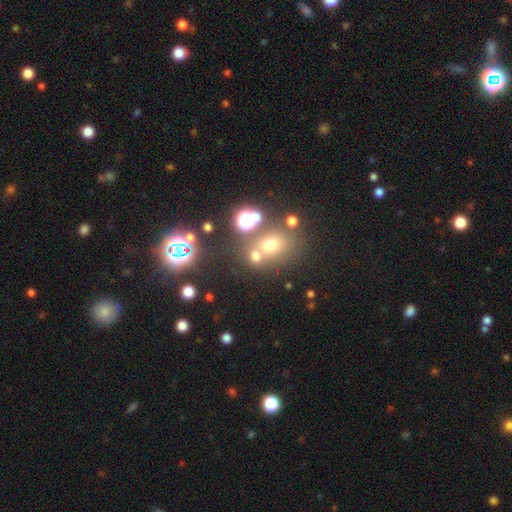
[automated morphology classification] Overall: smooth (58%; star or artifact 30%). How rounded: round (67%; in between 31%). Merging: none (58%; merger 27%).